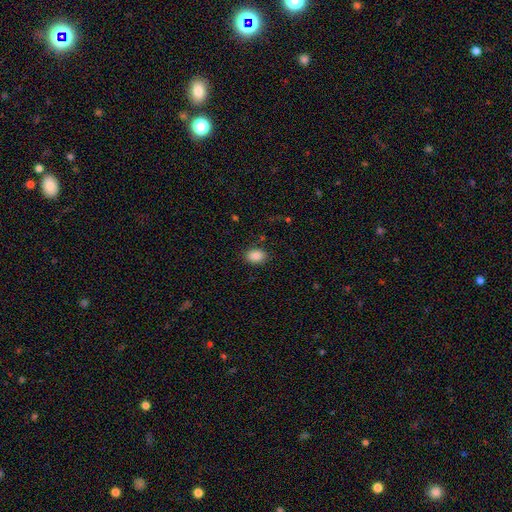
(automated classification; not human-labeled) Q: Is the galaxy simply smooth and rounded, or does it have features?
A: smooth — 88%.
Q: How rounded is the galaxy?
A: in between — 76%.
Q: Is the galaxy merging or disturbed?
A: none — 86%.